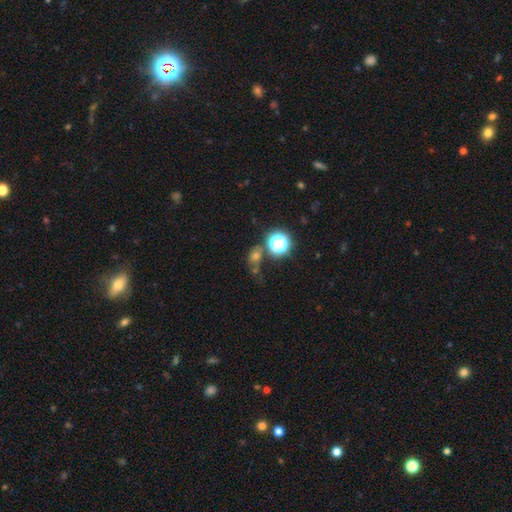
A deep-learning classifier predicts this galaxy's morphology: smooth_or_featured: star or artifact (p=0.46) [alt: smooth p=0.43]